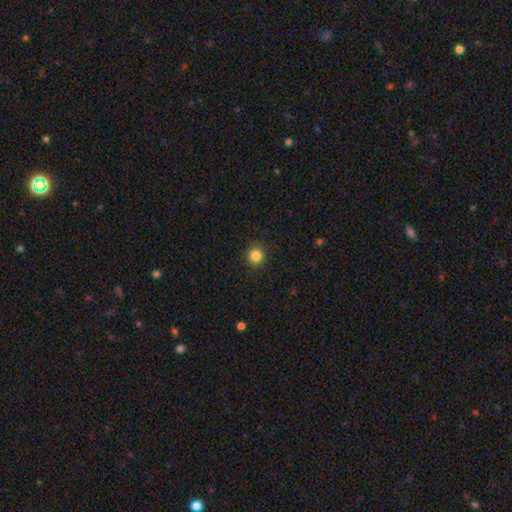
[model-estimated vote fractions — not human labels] Q: Smooth or featured?
A: smooth (84%); runner-up: star or artifact (12%)
Q: How rounded?
A: round (92%); runner-up: in between (7%)
Q: Merging?
A: none (92%); runner-up: minor disturbance (5%)